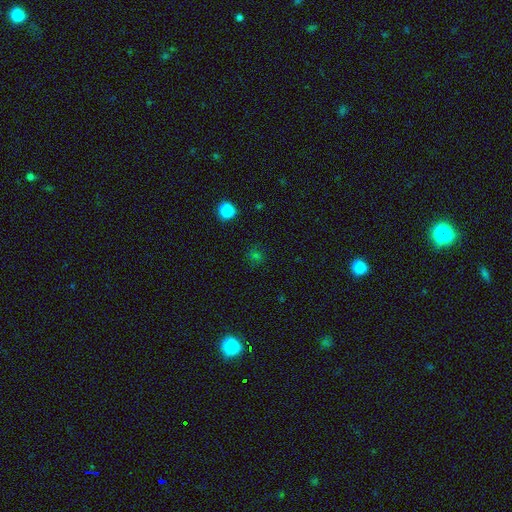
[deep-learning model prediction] smooth 57%, star or artifact 36%, featured or disk 7%. Down the decision tree: how rounded — round (88%); merging — none (84%).